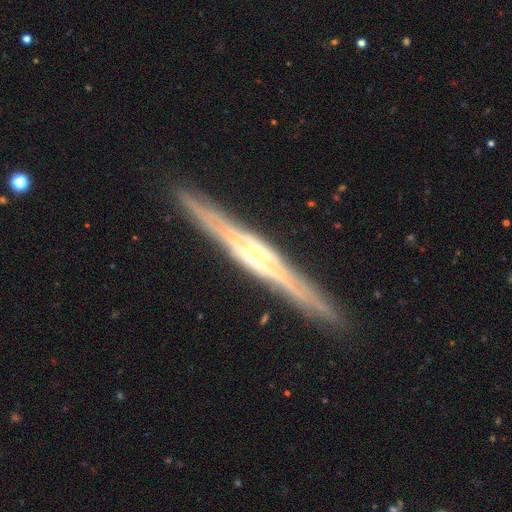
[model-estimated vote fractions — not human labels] A featured or disk galaxy (87%) viewed edge-on (97%) with a rounded central bulge (64%).

Vote fractions:
- Smooth or featured? featured or disk: 87% / smooth: 8% / star or artifact: 5%
- Edge-on disk? yes: 97% / no: 3%
- Edge-on bulge? rounded: 64% / boxy: 27% / none: 10%
- Merging? none: 91% / minor disturbance: 7% / major disturbance: 2% / merger: 1%